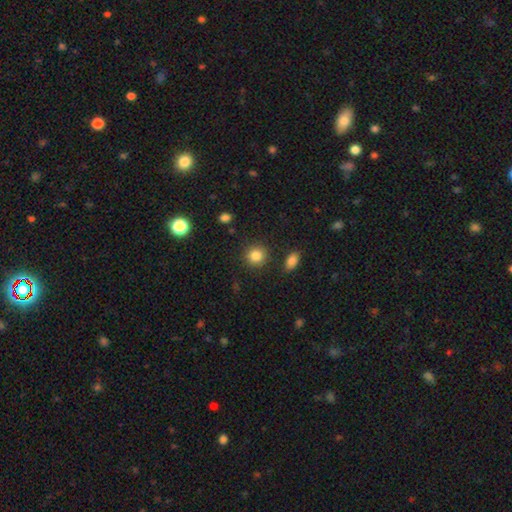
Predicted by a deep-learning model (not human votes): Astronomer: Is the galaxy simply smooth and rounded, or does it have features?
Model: smooth — 85%.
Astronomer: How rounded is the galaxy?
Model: round — 87%.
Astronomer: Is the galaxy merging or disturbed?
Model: none — 86%.